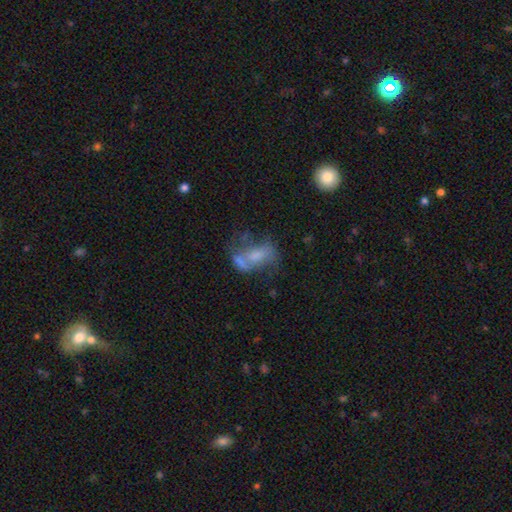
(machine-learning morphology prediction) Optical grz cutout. It shows a featured or disk galaxy (45%). Merging: none (28%).